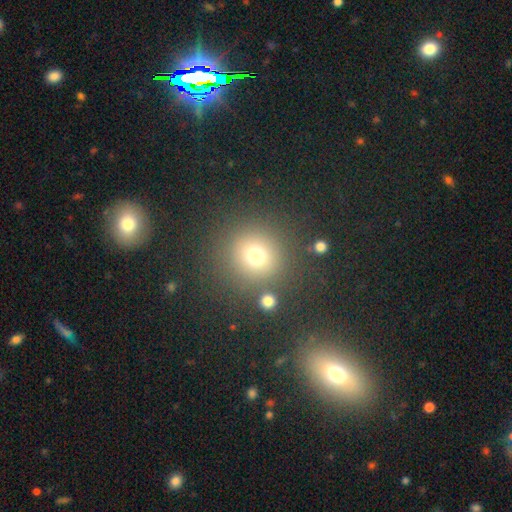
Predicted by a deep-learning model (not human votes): Overall: smooth (73%). How rounded: round (92%). Merging: none (83%).